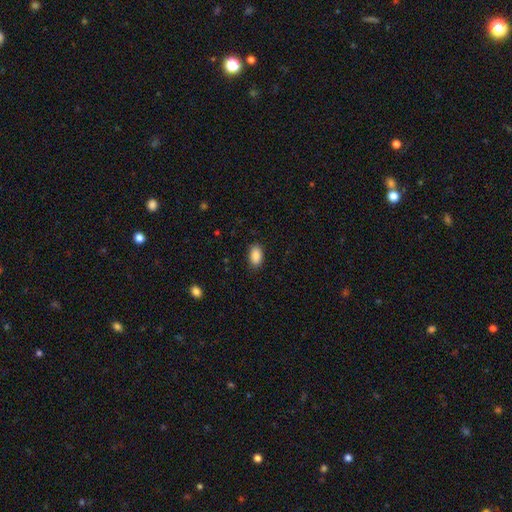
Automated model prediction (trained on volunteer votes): This is clearly a smooth galaxy (89%). How rounded: clearly in between (93%). Merging: clearly none (88%).